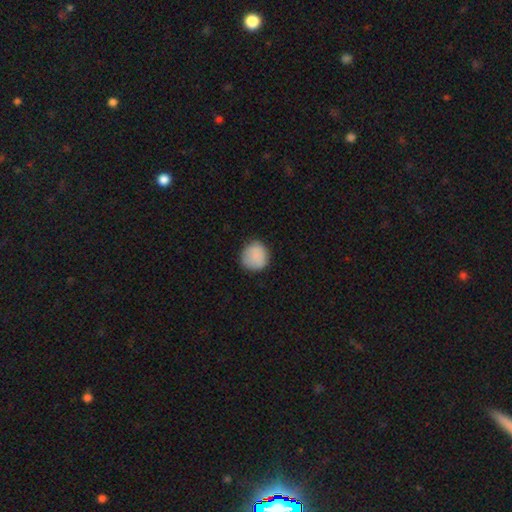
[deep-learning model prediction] A smooth galaxy with no disk features (87%) that is round (90%). Merging: none (82%).